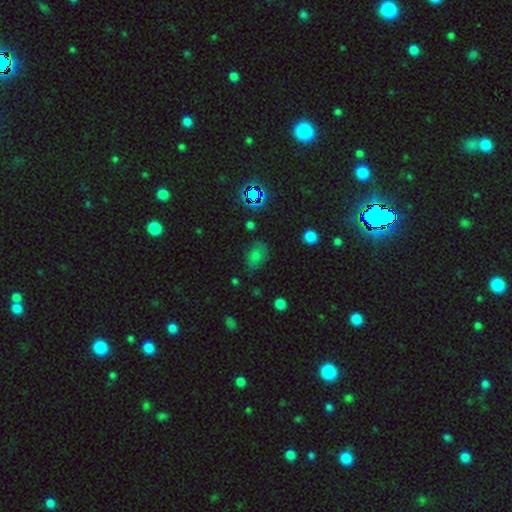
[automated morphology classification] smooth-or-featured: smooth: 69% | star or artifact: 19% | featured or disk: 12%
  how-rounded: in between: 84% | round: 14% | cigar-shaped: 2%
  merging: none: 66% | minor disturbance: 24% | major disturbance: 7% | merger: 3%